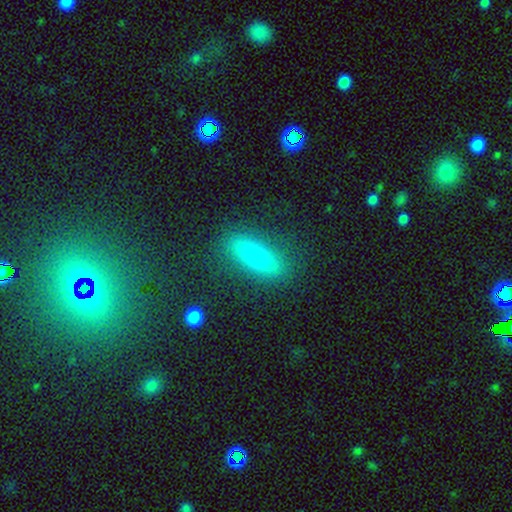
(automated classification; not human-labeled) Q: Smooth or featured?
A: smooth (64%); runner-up: featured or disk (28%)
Q: How rounded?
A: cigar-shaped (68%); runner-up: in between (29%)
Q: Merging?
A: none (86%); runner-up: minor disturbance (10%)